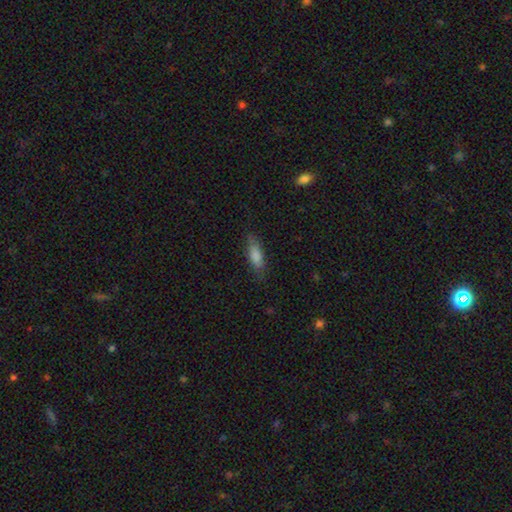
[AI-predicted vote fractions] Smooth or featured? smooth (83%)
How rounded? in between (60%)
Merging? none (77%)